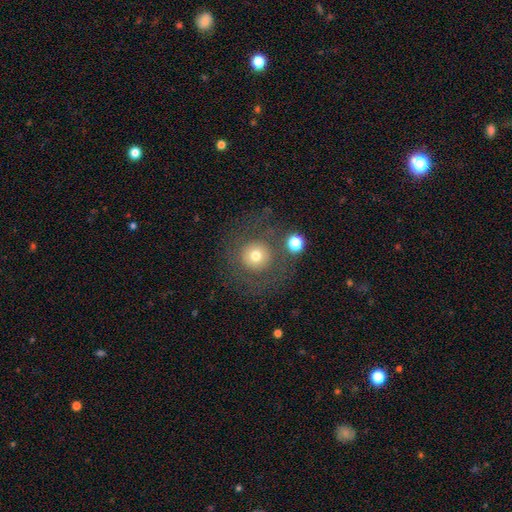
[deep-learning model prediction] Smooth or featured? Predicted: smooth (p=0.68). How rounded? Predicted: round (p=0.94). Merging? Predicted: none (p=0.71).